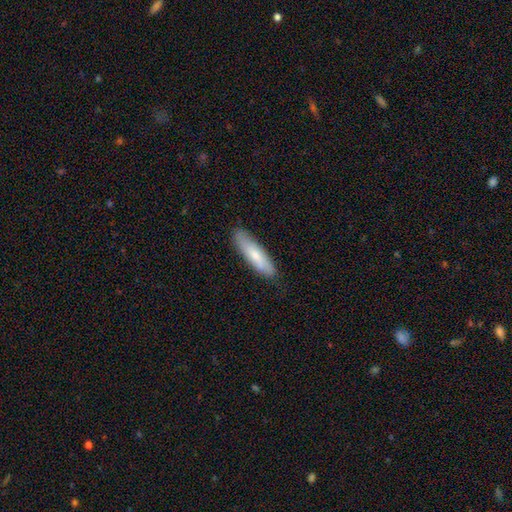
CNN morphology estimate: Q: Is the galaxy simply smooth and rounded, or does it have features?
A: smooth — 67%.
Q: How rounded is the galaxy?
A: cigar-shaped — 66%.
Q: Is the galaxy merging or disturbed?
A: none — 82%.